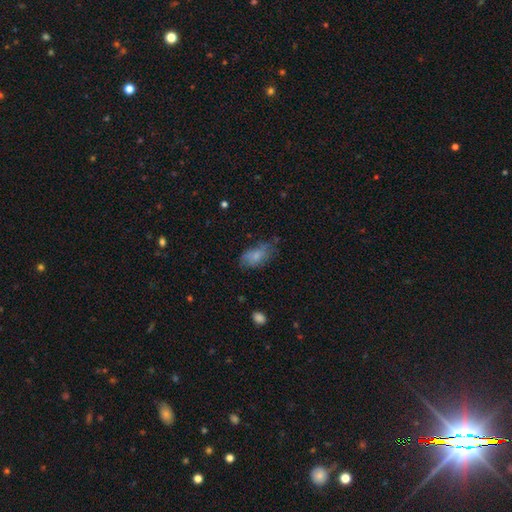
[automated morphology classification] smooth 69%, featured or disk 22%, star or artifact 9%. Down the decision tree: how rounded — in between (91%); merging — none (53%).